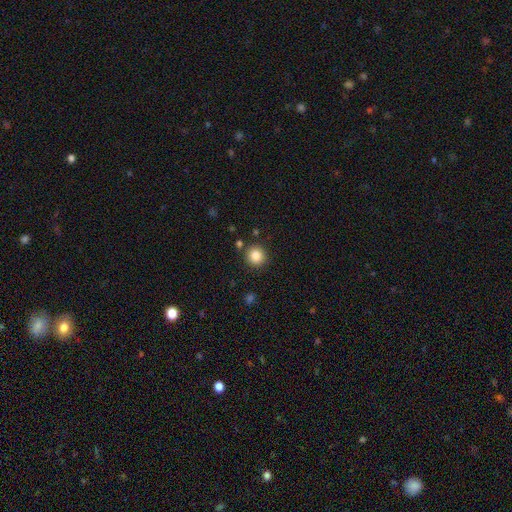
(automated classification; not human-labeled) This is clearly a smooth galaxy (84%). How rounded: clearly round (94%). Merging: clearly none (88%).